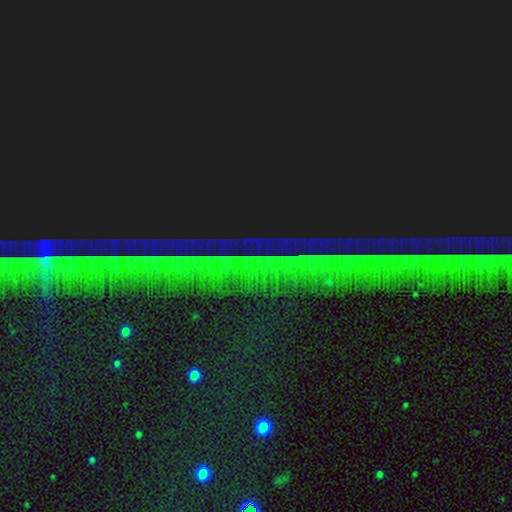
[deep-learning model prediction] A star or artifact, not a galaxy (89%).

Vote fractions:
- Smooth or featured? star or artifact: 89% / featured or disk: 6% / smooth: 5%